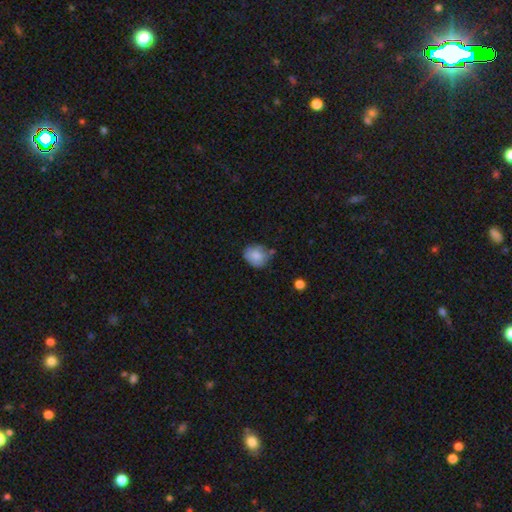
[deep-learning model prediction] A smooth galaxy with no disk features (79%) that is round (60%).

Vote fractions:
- Smooth or featured? smooth: 79% / featured or disk: 13% / star or artifact: 8%
- How rounded? round: 60% / in between: 39% / cigar-shaped: 1%
- Merging? none: 60% / minor disturbance: 28% / major disturbance: 7% / merger: 5%